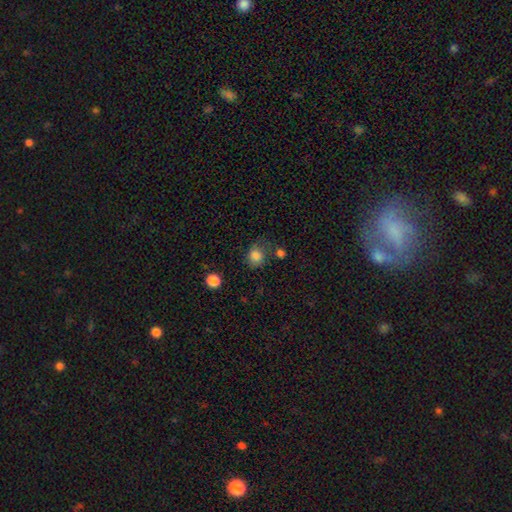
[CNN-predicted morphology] This is clearly a smooth galaxy (83%). How rounded: likely round (67%). Merging: likely none (60%).